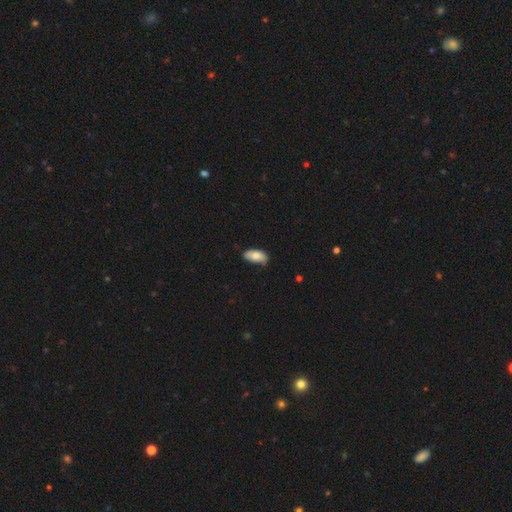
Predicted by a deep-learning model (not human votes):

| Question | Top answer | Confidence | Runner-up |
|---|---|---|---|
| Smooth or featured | smooth | 79% | featured or disk (14%) |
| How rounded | in between | 92% | cigar-shaped (6%) |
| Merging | none | 74% | minor disturbance (22%) |